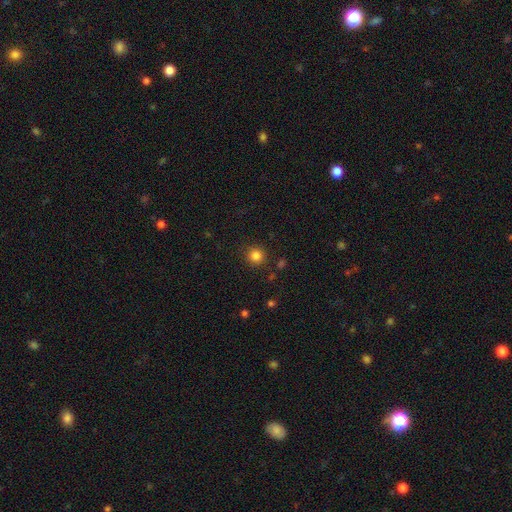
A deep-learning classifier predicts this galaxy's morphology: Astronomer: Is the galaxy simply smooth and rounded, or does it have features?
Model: smooth — 83%.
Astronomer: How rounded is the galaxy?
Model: round — 93%.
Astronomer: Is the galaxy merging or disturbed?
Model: none — 89%.